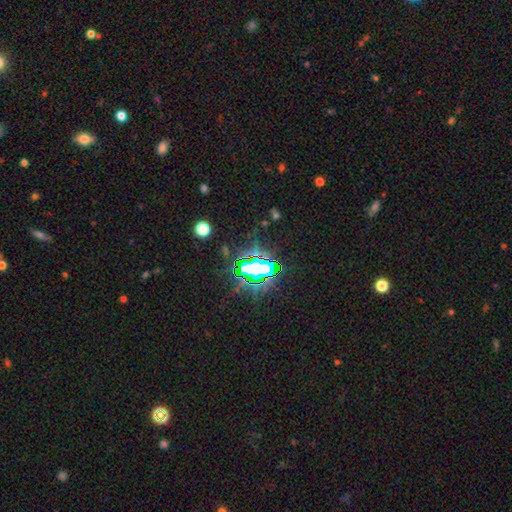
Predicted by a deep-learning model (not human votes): A star or artifact, not a galaxy (82%).